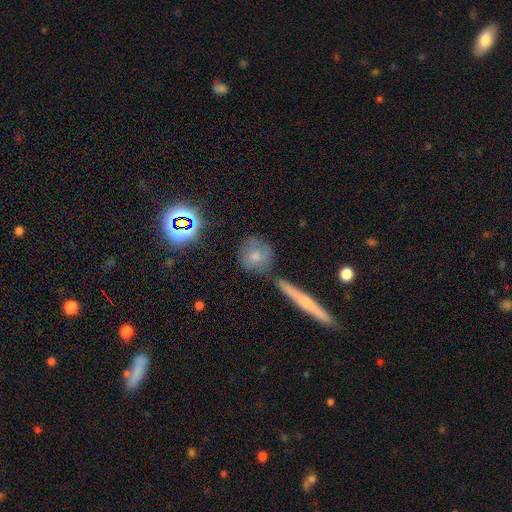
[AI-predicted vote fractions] Smooth or featured? Predicted: smooth (p=0.67). How rounded? Predicted: round (p=0.83). Merging? Predicted: none (p=0.61).